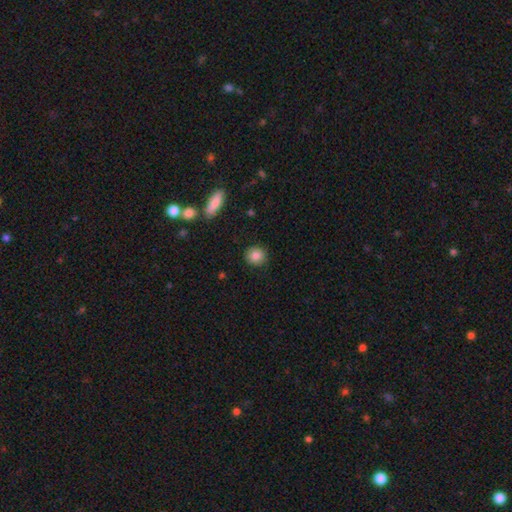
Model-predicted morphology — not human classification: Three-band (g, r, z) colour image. It shows a smooth galaxy with no disk features (85%) that is round (86%). Merging: none (89%).